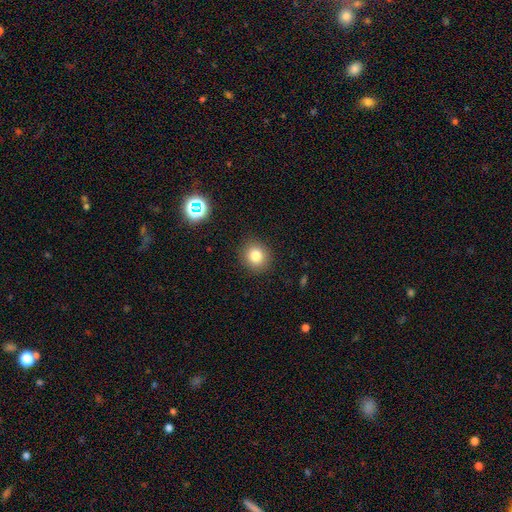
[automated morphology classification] Smooth or featured? smooth (80%)
How rounded? round (83%)
Merging? none (89%)